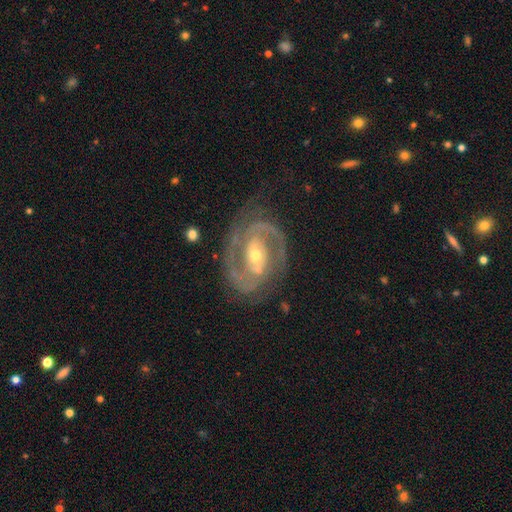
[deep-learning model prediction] Smooth or featured: featured or disk — 90% (star or artifact — 5%)
Edge-on disk: no — 97% (yes — 3%)
Bar: no — 39% (weak — 38%)
Spiral arms: yes — 96% (no — 4%)
Spiral winding: tight — 50% (medium — 42%)
Spiral arm count: 2 — 81% (can't tell — 6%)
Bulge size: moderate — 53% (small — 43%)
Merging: none — 73% (minor disturbance — 17%)